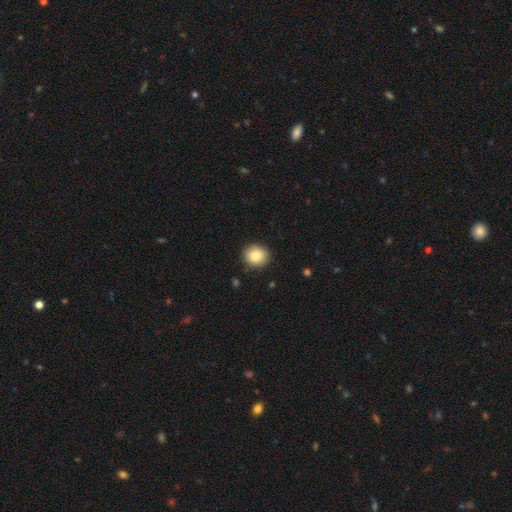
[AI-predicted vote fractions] smooth 82%, featured or disk 9%, star or artifact 9%. Down the decision tree: how rounded — round (85%); merging — none (89%).